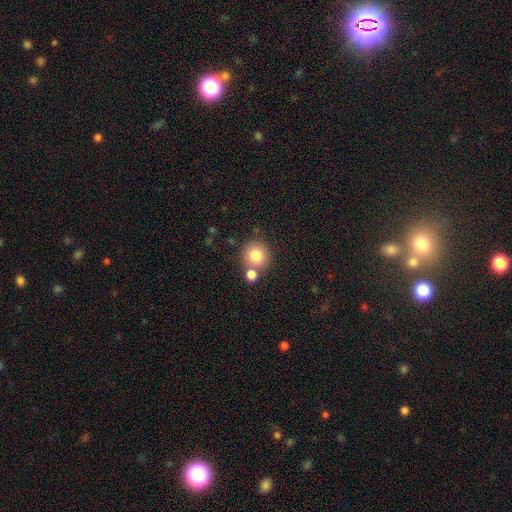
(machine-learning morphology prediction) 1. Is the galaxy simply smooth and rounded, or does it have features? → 80% smooth, 10% featured or disk, 10% star or artifact.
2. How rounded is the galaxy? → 90% round, 9% in between, 1% cigar-shaped.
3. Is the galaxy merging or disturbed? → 59% none, 29% merger, 9% minor disturbance, 3% major disturbance.